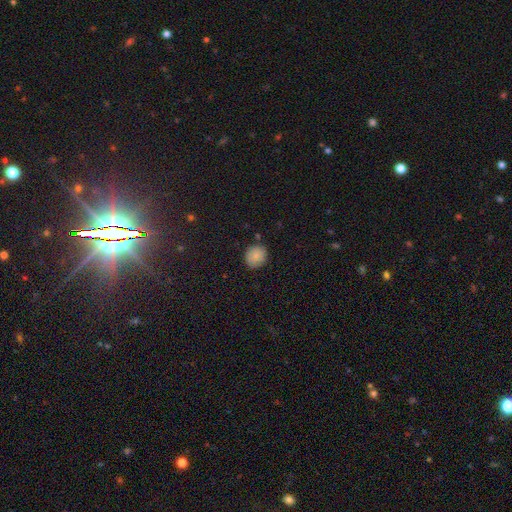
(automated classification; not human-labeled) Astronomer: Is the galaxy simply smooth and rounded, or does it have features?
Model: smooth — 85%.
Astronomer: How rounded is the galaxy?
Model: round — 84%.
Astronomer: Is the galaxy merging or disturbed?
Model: none — 86%.